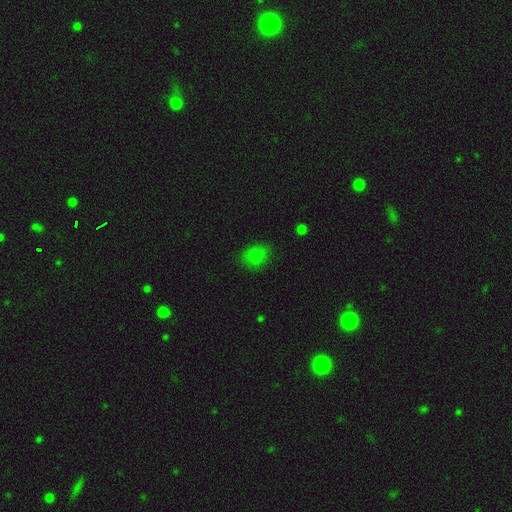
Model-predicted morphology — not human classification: Smooth or featured: smooth — 78% (star or artifact — 16%)
How rounded: in between — 58% (round — 41%)
Merging: none — 70% (minor disturbance — 22%)